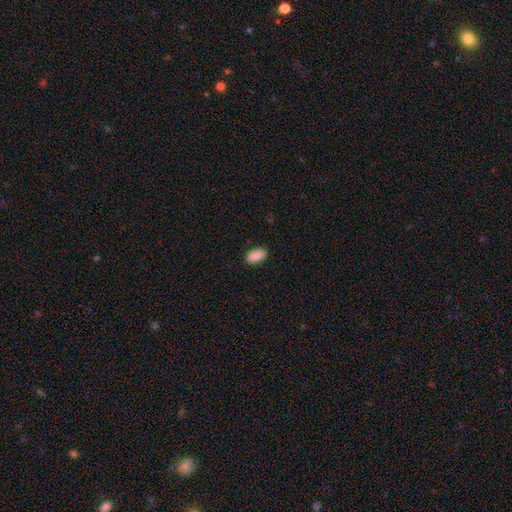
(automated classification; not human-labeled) Smooth or featured: smooth — 90% (star or artifact — 7%)
How rounded: in between — 94% (cigar-shaped — 3%)
Merging: none — 88% (minor disturbance — 8%)